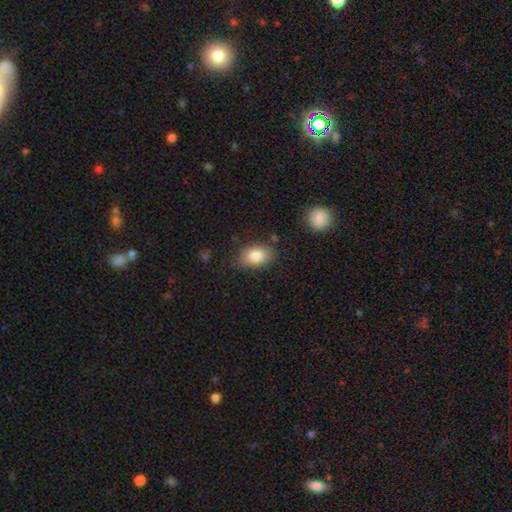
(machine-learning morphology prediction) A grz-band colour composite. It shows a smooth galaxy with no disk features (85%) that is in between round and cigar-shaped (84%). Merging: none (77%).